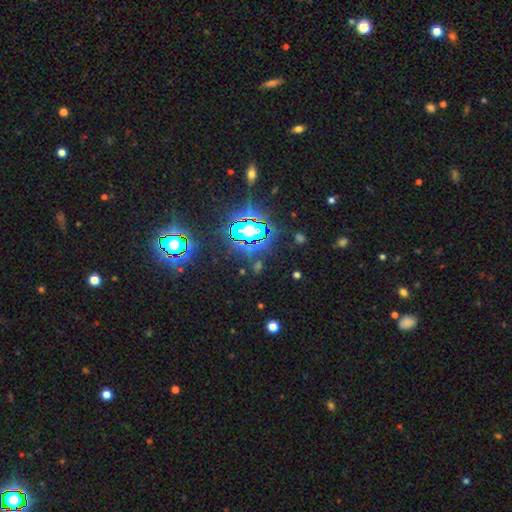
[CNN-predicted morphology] smooth_or_featured: star or artifact (p=0.82) [alt: smooth p=0.10]